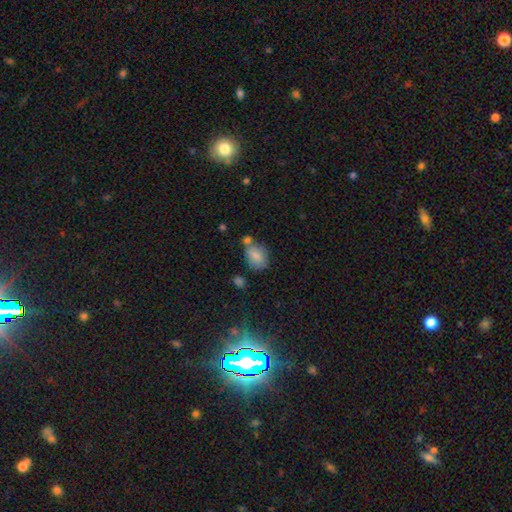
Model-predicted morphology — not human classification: Q: Smooth or featured?
A: smooth (79%); runner-up: featured or disk (12%)
Q: How rounded?
A: in between (71%); runner-up: round (28%)
Q: Merging?
A: none (53%); runner-up: minor disturbance (21%)